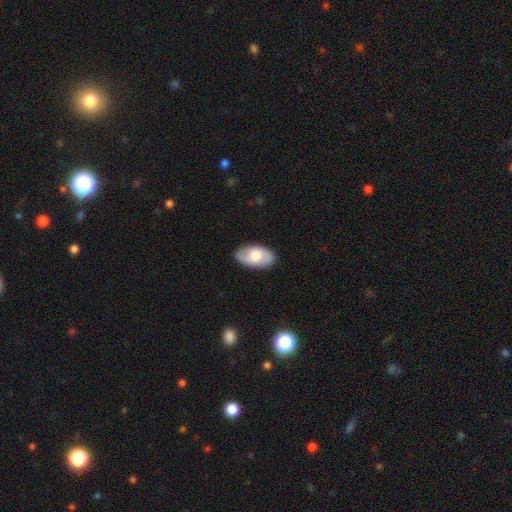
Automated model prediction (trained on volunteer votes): smooth_or_featured: smooth (p=0.64) [alt: featured or disk p=0.30]
how_rounded: in between (p=0.95) [alt: round p=0.04]
merging: none (p=0.87) [alt: minor disturbance p=0.10]